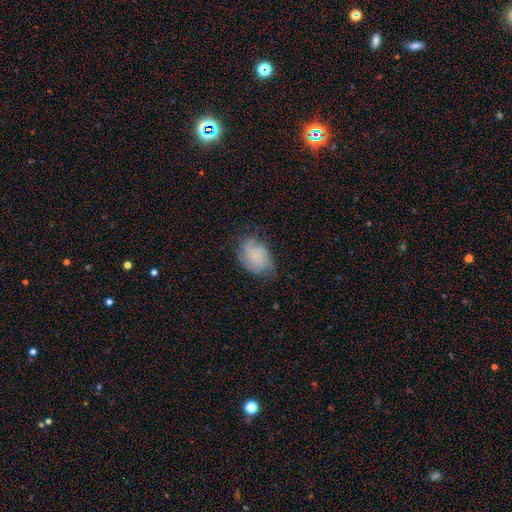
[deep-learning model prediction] smooth-or-featured: smooth: 53% | featured or disk: 38% | star or artifact: 9%
  how-rounded: in between: 76% | round: 22% | cigar-shaped: 1%
  merging: none: 61% | minor disturbance: 28% | major disturbance: 10% | merger: 1%